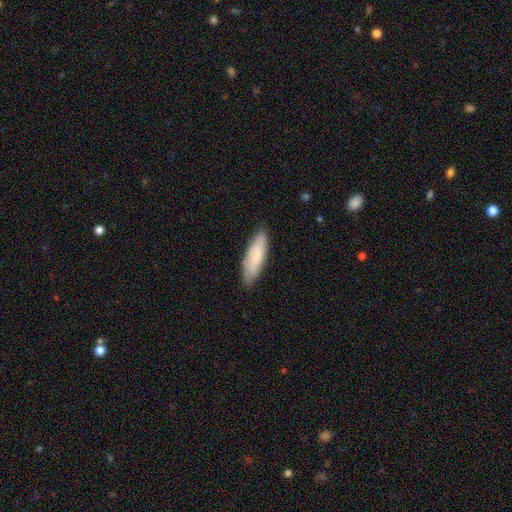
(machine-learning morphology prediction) Overall: smooth (78%). How rounded: cigar-shaped (50%; in between 49%). Merging: none (83%).